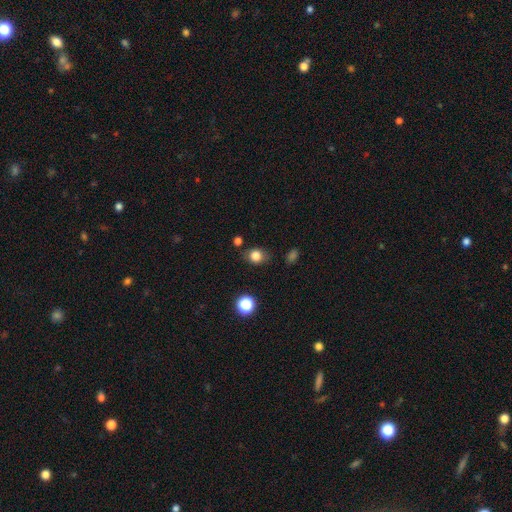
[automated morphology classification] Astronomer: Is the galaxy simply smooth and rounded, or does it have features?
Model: smooth — 81%.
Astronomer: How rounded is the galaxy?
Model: round — 54% (runner-up: in between, 44%).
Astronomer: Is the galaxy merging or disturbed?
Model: none — 76%.